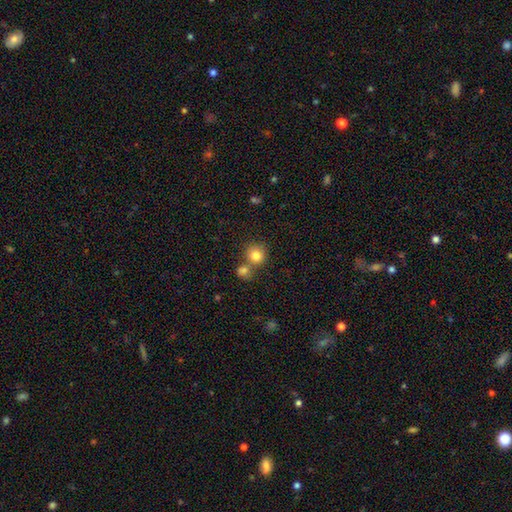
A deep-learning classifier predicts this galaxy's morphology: This is clearly a smooth galaxy (82%). How rounded: clearly round (89%). Merging: possibly none (59%).